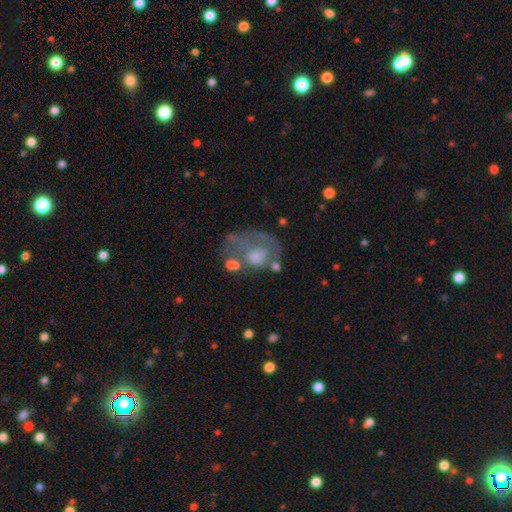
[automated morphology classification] A featured or disk galaxy (53%) with no bar (87%), no spiral arms (73%) and a moderate central bulge (41%).

Vote fractions:
- Smooth or featured? featured or disk: 53% / smooth: 36% / star or artifact: 12%
- Edge-on disk? no: 96% / yes: 4%
- Bar? no: 87% / weak: 10% / strong: 2%
- Spiral arms? no: 73% / yes: 27%
- Bulge size? moderate: 41% / none: 23% / small: 17% / large: 16% / dominant: 3%
- Merging? none: 35% / major disturbance: 33% / minor disturbance: 20% / merger: 12%